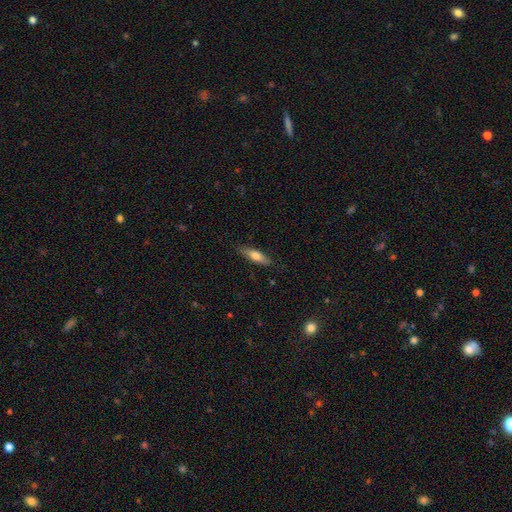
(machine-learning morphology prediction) Smooth or featured?
  - smooth: 63% *
  - featured or disk: 31%
  - star or artifact: 6%
How rounded?
  - cigar-shaped: 62% *
  - in between: 36%
  - round: 2%
Merging?
  - none: 85% *
  - minor disturbance: 11%
  - major disturbance: 2%
  - merger: 1%